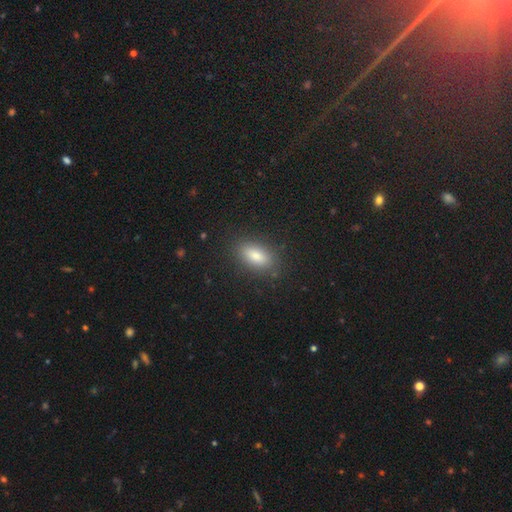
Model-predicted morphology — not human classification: Smooth or featured?
  - smooth: 80% *
  - star or artifact: 10%
  - featured or disk: 9%
How rounded?
  - in between: 84% *
  - cigar-shaped: 10%
  - round: 5%
Merging?
  - none: 87% *
  - minor disturbance: 9%
  - major disturbance: 3%
  - merger: 1%